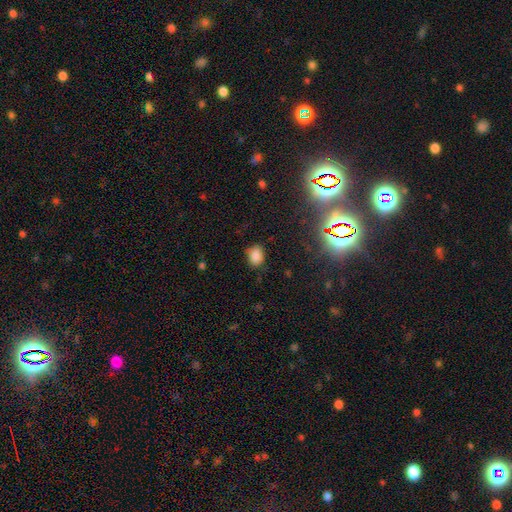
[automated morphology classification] The model was most divided on "how rounded": in between: 63%, round: 36%, cigar-shaped: 1%. More confident: smooth or featured — smooth (82%); merging — none (75%).